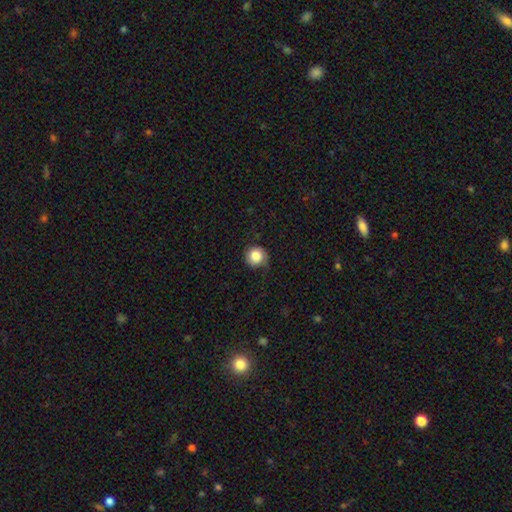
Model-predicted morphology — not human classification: Q: Smooth or featured?
A: smooth (82%); runner-up: featured or disk (9%)
Q: How rounded?
A: round (92%); runner-up: in between (7%)
Q: Merging?
A: none (71%); runner-up: minor disturbance (21%)